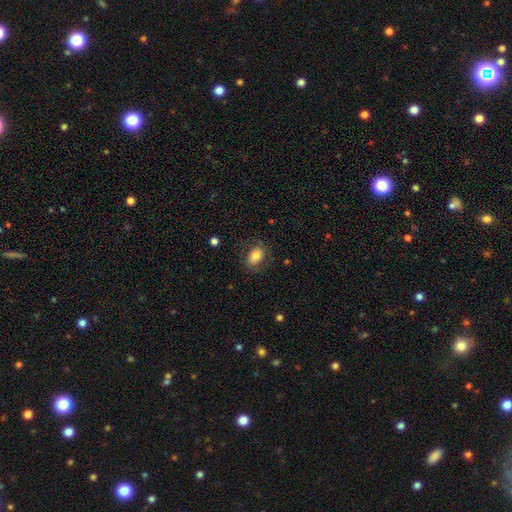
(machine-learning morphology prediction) smooth 73%, featured or disk 19%, star or artifact 8%. Down the decision tree: how rounded — in between (79%); merging — none (70%).